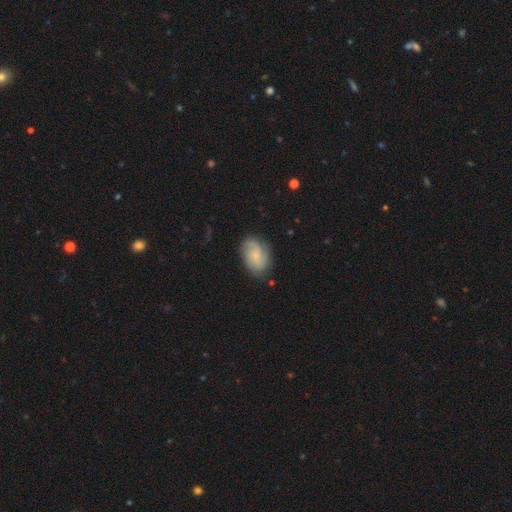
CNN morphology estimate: smooth-or-featured: smooth: 50% | featured or disk: 42% | star or artifact: 7%
  how-rounded: in between: 82% | round: 16% | cigar-shaped: 1%
  merging: none: 71% | minor disturbance: 21% | major disturbance: 6% | merger: 2%